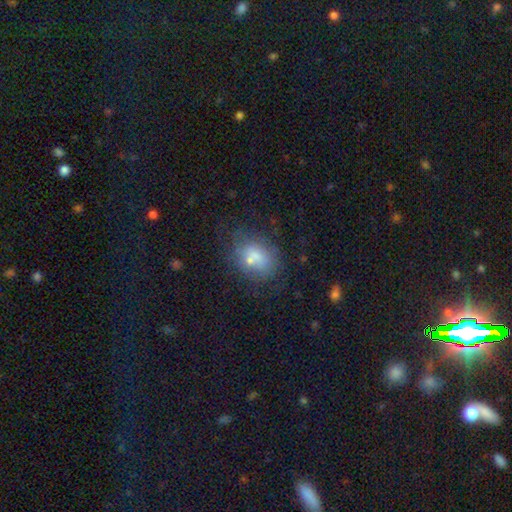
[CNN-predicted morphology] Q: Smooth or featured?
A: smooth (63%); runner-up: featured or disk (22%)
Q: How rounded?
A: in between (60%); runner-up: round (39%)
Q: Merging?
A: none (53%); runner-up: minor disturbance (19%)